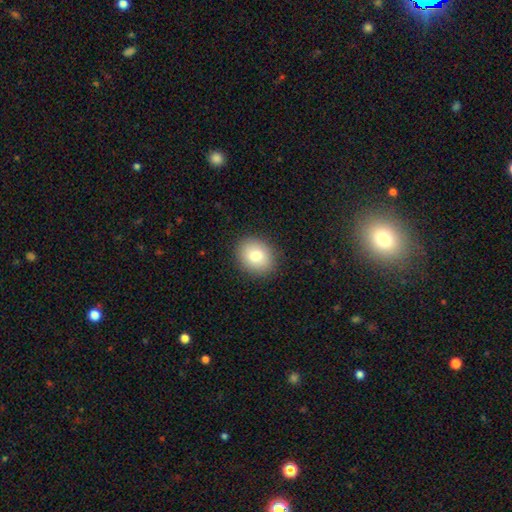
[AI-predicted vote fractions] Smooth or featured?
  - smooth: 81% *
  - featured or disk: 10%
  - star or artifact: 9%
How rounded?
  - round: 55% *
  - in between: 44%
  - cigar-shaped: 1%
Merging?
  - none: 89% *
  - minor disturbance: 8%
  - major disturbance: 2%
  - merger: 1%